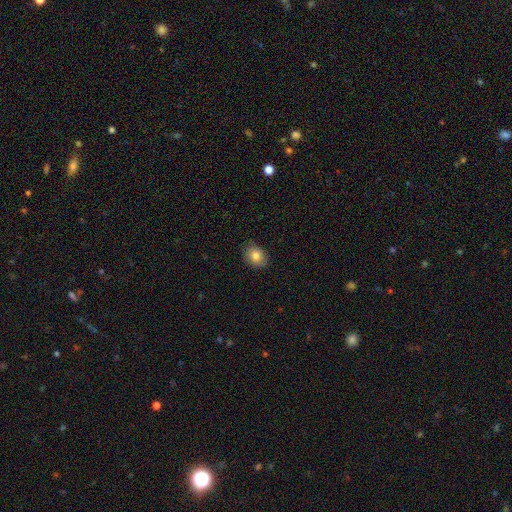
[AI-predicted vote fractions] A smooth galaxy with no disk features (82%) that is round (55%).

Vote fractions:
- Smooth or featured? smooth: 82% / star or artifact: 9% / featured or disk: 9%
- How rounded? round: 55% / in between: 44% / cigar-shaped: 1%
- Merging? none: 85% / minor disturbance: 12% / major disturbance: 2% / merger: 1%